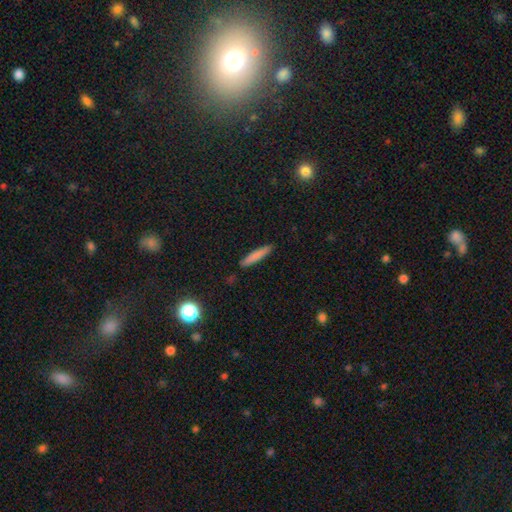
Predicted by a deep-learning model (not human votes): Morphology: type=smooth (79%); roundness=cigar-shaped (91%); merging=none (88%).